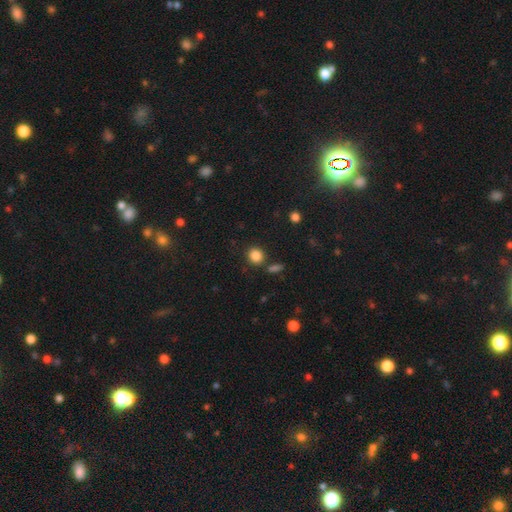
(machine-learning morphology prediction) smooth_or_featured: smooth (p=0.85) [alt: star or artifact p=0.10]
how_rounded: round (p=0.78) [alt: in between p=0.21]
merging: none (p=0.80) [alt: minor disturbance p=0.09]